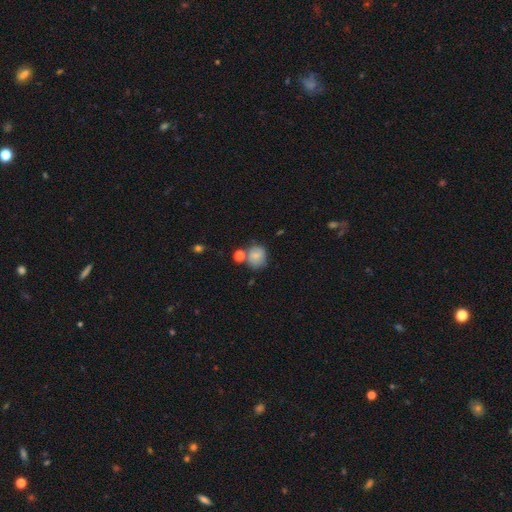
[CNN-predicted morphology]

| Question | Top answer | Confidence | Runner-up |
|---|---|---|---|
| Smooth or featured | smooth | 79% | star or artifact (10%) |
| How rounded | round | 76% | in between (23%) |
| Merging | none | 60% | minor disturbance (18%) |